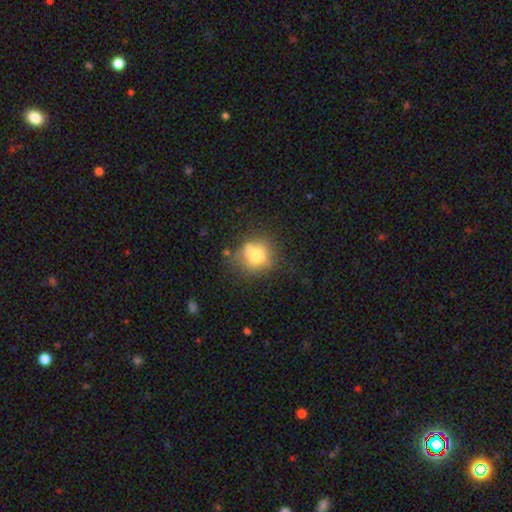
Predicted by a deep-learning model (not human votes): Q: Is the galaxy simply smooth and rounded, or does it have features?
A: smooth — 63%.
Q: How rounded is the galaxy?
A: round — 77%.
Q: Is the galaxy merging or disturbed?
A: none — 62%.